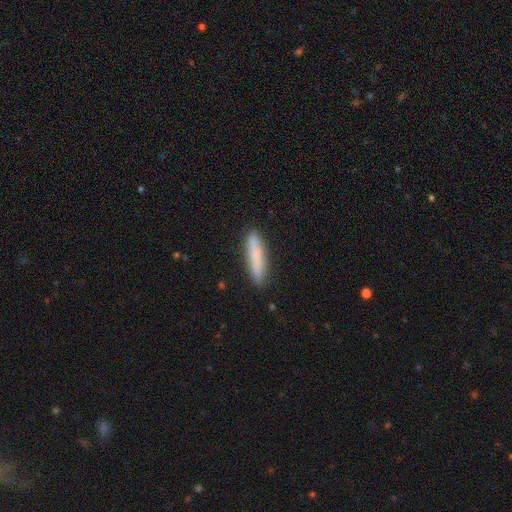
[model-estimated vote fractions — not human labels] smooth_or_featured: smooth (p=0.76) [alt: featured or disk p=0.17]
how_rounded: cigar-shaped (p=0.88) [alt: in between p=0.11]
merging: none (p=0.86) [alt: minor disturbance p=0.11]